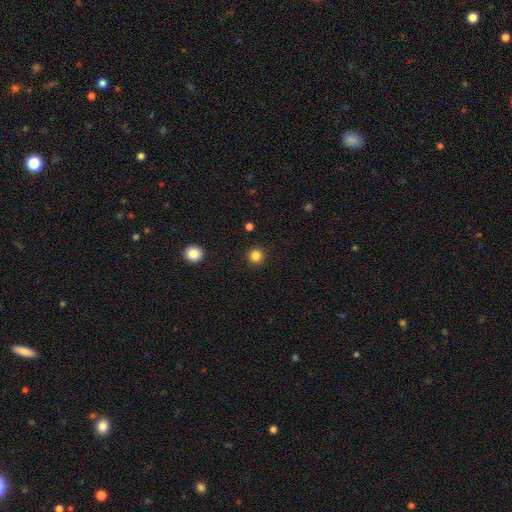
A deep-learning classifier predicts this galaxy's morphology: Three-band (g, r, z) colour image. It shows a smooth galaxy with no disk features (84%) that is round (96%). Merging: none (93%).